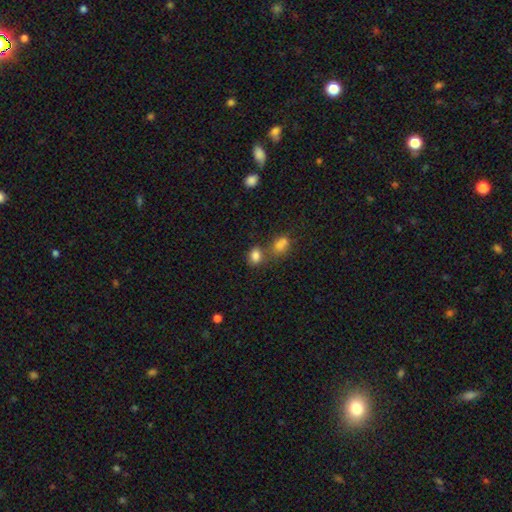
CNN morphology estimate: The model was most divided on "merging": none: 51%, merger: 31%, minor disturbance: 13%, major disturbance: 5%. More confident: smooth or featured — smooth (81%); how rounded — in between (65%).